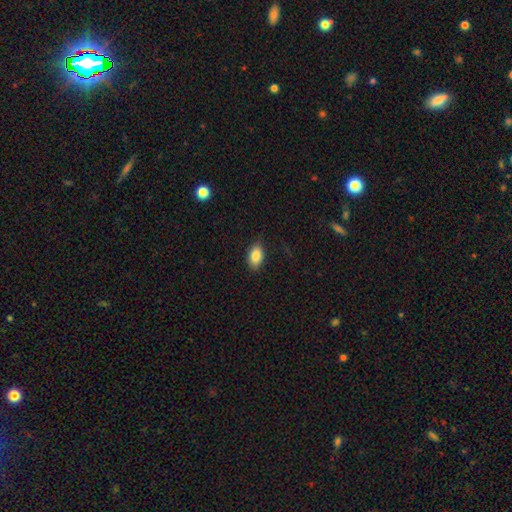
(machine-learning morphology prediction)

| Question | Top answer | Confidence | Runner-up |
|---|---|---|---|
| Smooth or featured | smooth | 85% | star or artifact (8%) |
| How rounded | in between | 92% | round (6%) |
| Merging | none | 82% | minor disturbance (14%) |